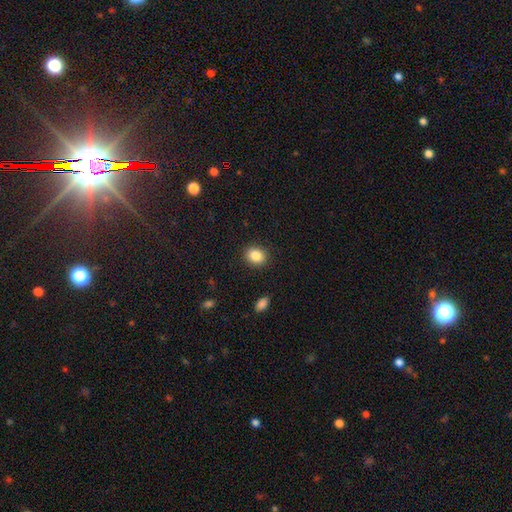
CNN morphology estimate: Q: Smooth or featured?
A: smooth (86%); runner-up: star or artifact (9%)
Q: How rounded?
A: round (55%); runner-up: in between (44%)
Q: Merging?
A: none (89%); runner-up: minor disturbance (8%)